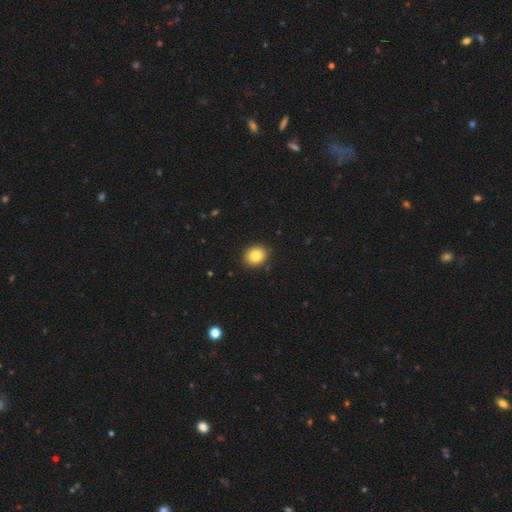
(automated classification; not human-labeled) This is clearly a smooth galaxy (84%). How rounded: likely round (61%). Merging: clearly none (89%).